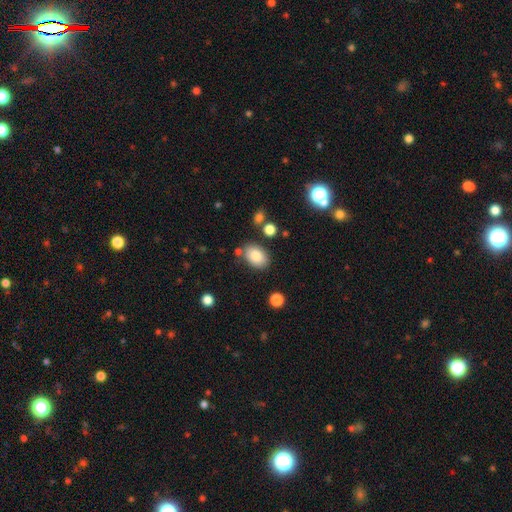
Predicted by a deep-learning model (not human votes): smooth_or_featured: smooth (p=0.83) [alt: featured or disk p=0.09]
how_rounded: in between (p=0.84) [alt: round p=0.15]
merging: none (p=0.77) [alt: minor disturbance p=0.13]